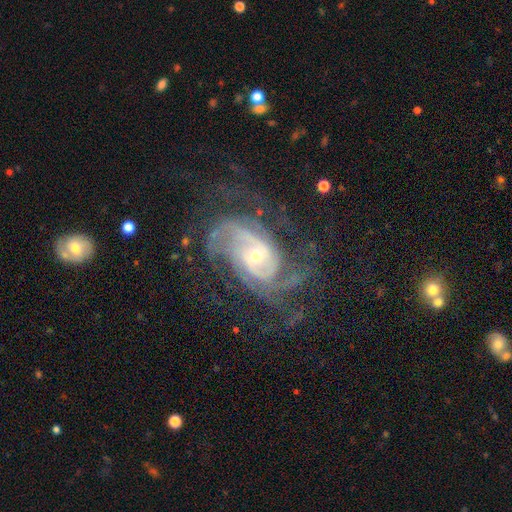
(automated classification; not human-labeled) smooth-or-featured: featured or disk: 90% | star or artifact: 6% | smooth: 4%
  disk-edge-on: no: 97% | yes: 3%
    bar: no: 61% | weak: 28% | strong: 11%
    has-spiral-arms: yes: 97% | no: 3%
      spiral-winding: tight: 50% | medium: 39% | loose: 12%
      spiral-arm-count: 2: 33% | can't tell: 22% | 3: 22% | 4: 10% | more than 4: 7% | 1: 7%
    bulge-size: small: 54% | moderate: 41% | large: 3% | none: 1% | dominant: 1%
  merging: none: 63% | minor disturbance: 18% | major disturbance: 17% | merger: 2%